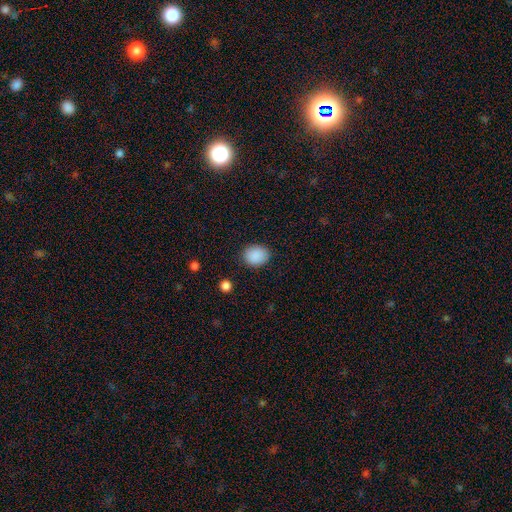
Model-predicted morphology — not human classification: Overall: smooth (89%). How rounded: round (53%; in between 46%). Merging: none (86%).